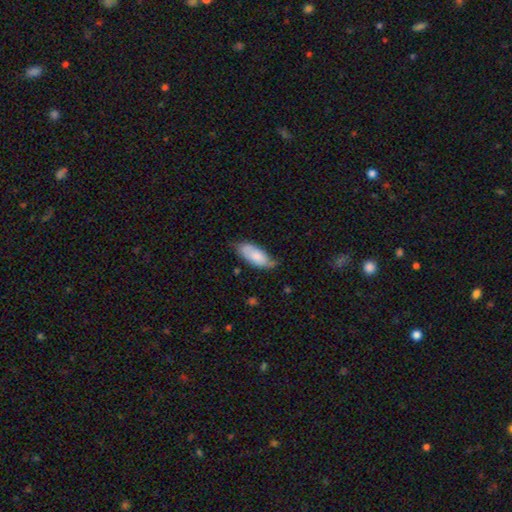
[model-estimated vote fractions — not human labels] A smooth galaxy with no disk features (79%) that is in between round and cigar-shaped (87%). Merging: none (56%).